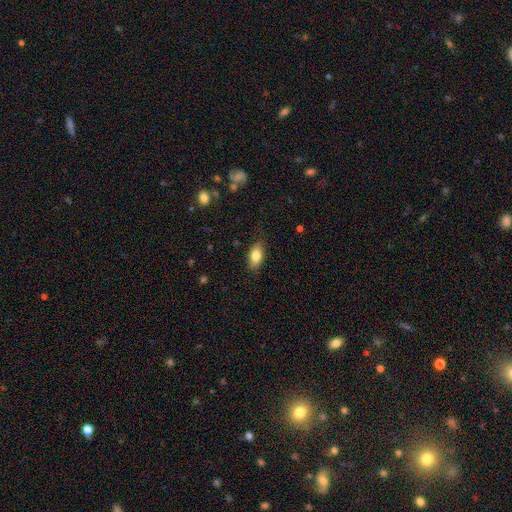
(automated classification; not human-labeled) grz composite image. It shows a smooth galaxy with no disk features (80%) that is in between round and cigar-shaped (88%). Merging: none (84%).